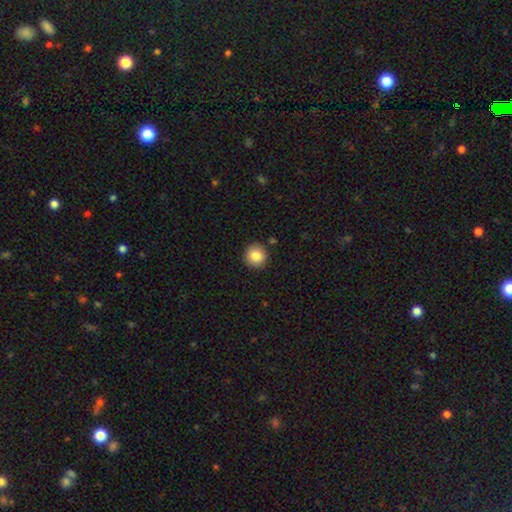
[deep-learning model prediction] Smooth or featured: smooth — 85% (star or artifact — 9%)
How rounded: round — 94% (in between — 5%)
Merging: none — 90% (minor disturbance — 6%)